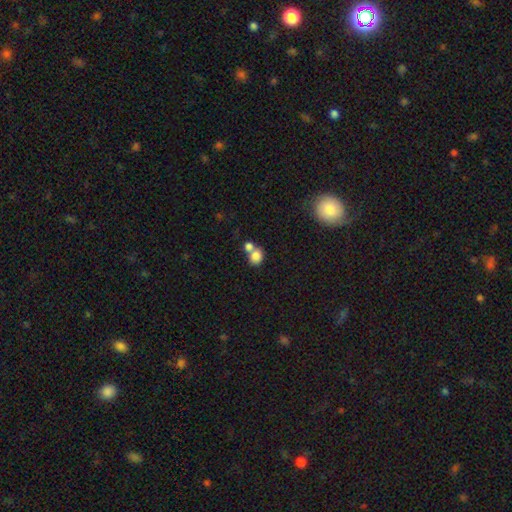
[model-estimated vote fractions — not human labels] smooth-or-featured: smooth: 82% | star or artifact: 9% | featured or disk: 9%
  how-rounded: round: 63% | in between: 36% | cigar-shaped: 1%
  merging: merger: 52% | none: 36% | minor disturbance: 8% | major disturbance: 4%